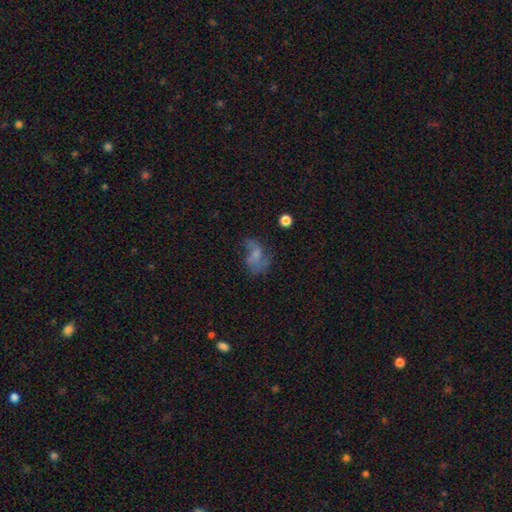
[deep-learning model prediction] Overall: featured or disk (47%; smooth 39%). Merging: major disturbance (36%; none 34%).